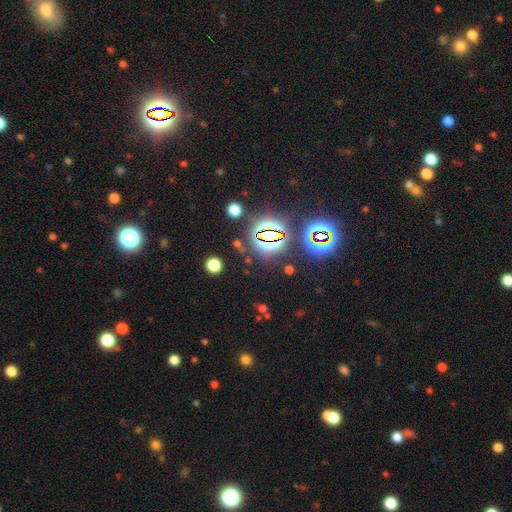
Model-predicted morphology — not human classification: This appears to be a star or artifact, not a galaxy (81%).